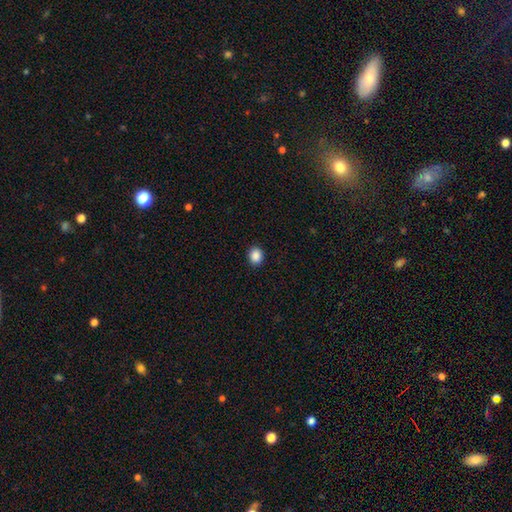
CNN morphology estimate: Q: Smooth or featured?
A: smooth (89%); runner-up: star or artifact (9%)
Q: How rounded?
A: round (69%); runner-up: in between (31%)
Q: Merging?
A: none (92%); runner-up: minor disturbance (6%)